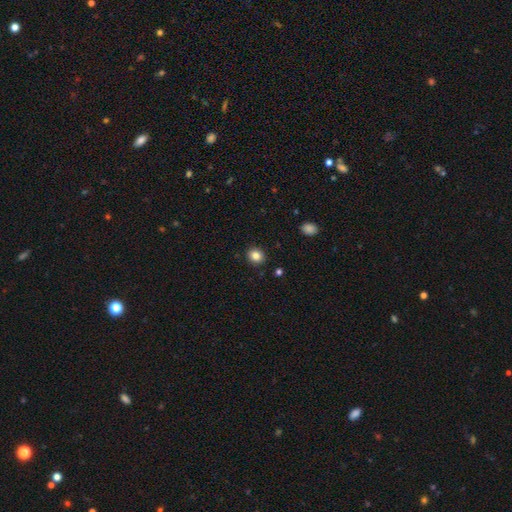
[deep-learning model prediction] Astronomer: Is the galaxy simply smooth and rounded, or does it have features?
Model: smooth — 83%.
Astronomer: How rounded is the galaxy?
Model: round — 68%.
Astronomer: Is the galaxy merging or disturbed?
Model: none — 91%.